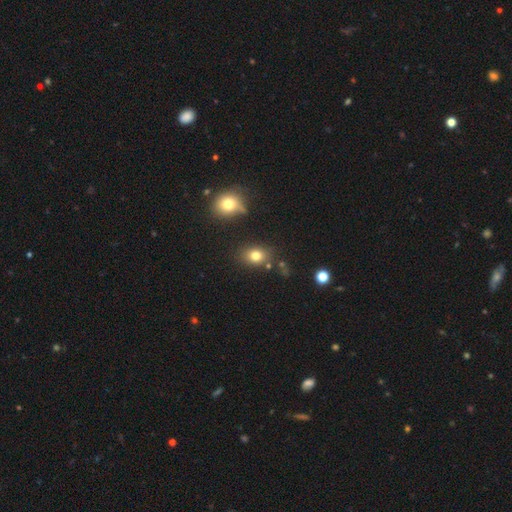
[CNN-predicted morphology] smooth-or-featured: smooth: 78% | star or artifact: 13% | featured or disk: 9%
  how-rounded: in between: 58% | round: 41% | cigar-shaped: 1%
  merging: none: 78% | minor disturbance: 12% | merger: 6% | major disturbance: 4%